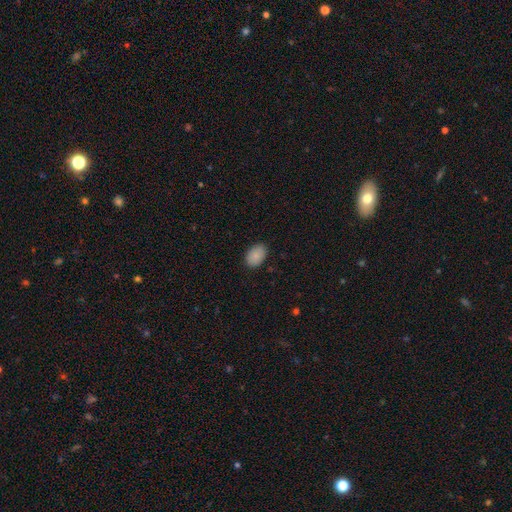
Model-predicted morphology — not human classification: Smooth or featured? smooth (89%)
How rounded? in between (88%)
Merging? none (87%)